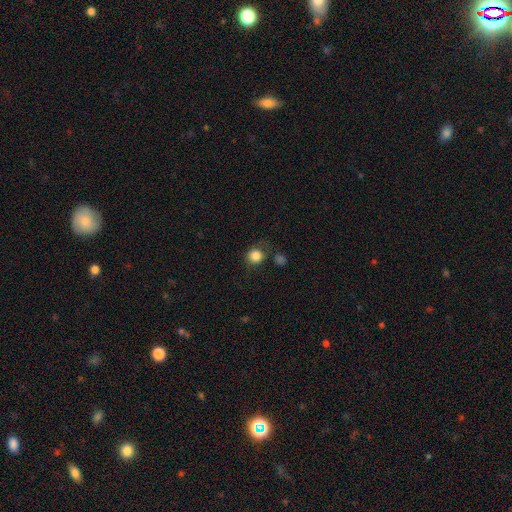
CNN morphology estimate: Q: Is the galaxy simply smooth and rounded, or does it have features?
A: smooth — 84%.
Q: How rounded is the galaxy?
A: round — 88%.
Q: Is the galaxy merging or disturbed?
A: none — 67%.